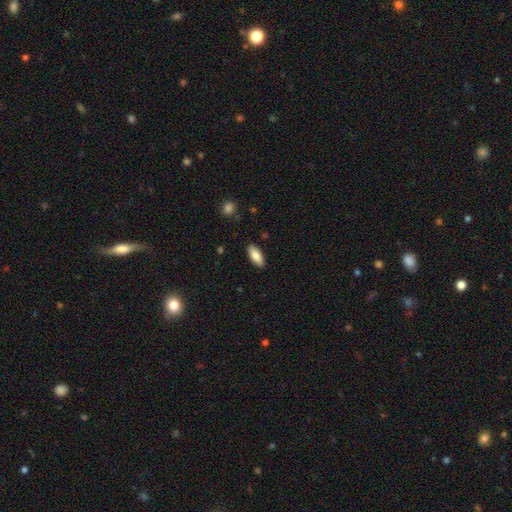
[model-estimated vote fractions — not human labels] This is clearly a smooth galaxy (85%). How rounded: clearly in between (85%). Merging: clearly none (87%).